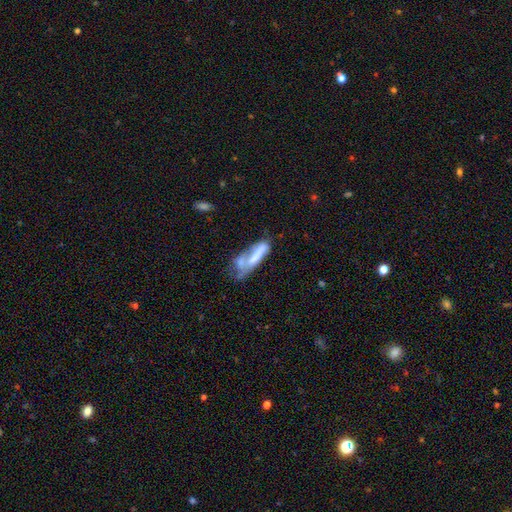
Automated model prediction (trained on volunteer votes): smooth-or-featured: smooth: 53% | featured or disk: 39% | star or artifact: 8%
  how-rounded: cigar-shaped: 58% | in between: 40% | round: 2%
  merging: merger: 34% | none: 24% | major disturbance: 22% | minor disturbance: 20%